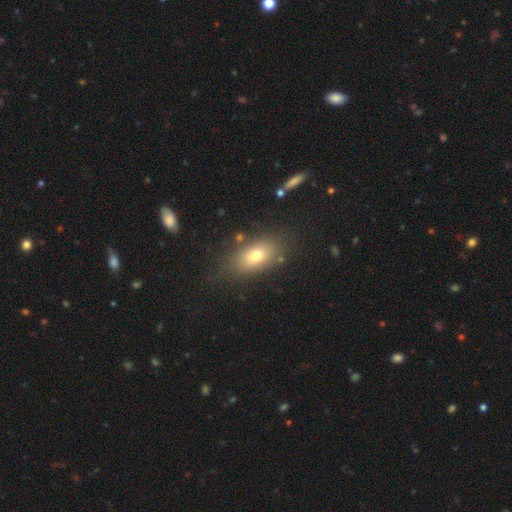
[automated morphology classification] Smooth or featured?
  - smooth: 74% *
  - featured or disk: 16%
  - star or artifact: 11%
How rounded?
  - in between: 85% *
  - round: 11%
  - cigar-shaped: 4%
Merging?
  - none: 79% *
  - minor disturbance: 13%
  - major disturbance: 5%
  - merger: 4%